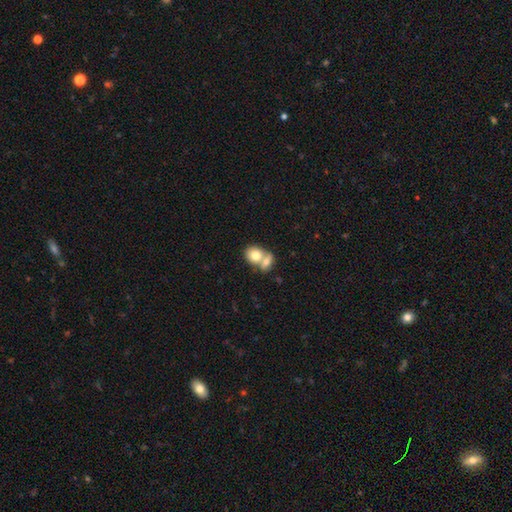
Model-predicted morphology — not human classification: This appears to be a smooth galaxy with no disk features (76%) that is round (56%). Merging: merger (65%).